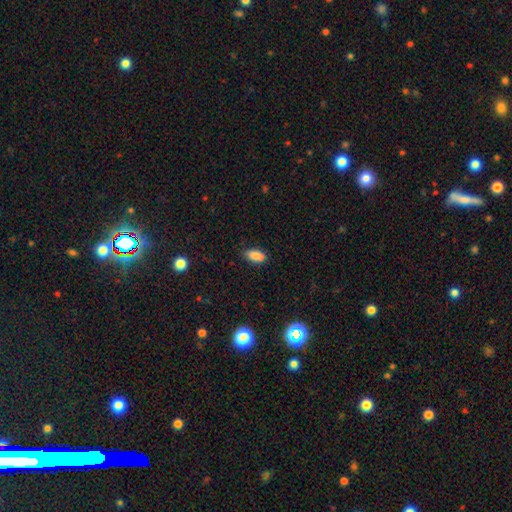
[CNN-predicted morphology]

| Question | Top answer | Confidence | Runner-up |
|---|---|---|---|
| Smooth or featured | smooth | 86% | star or artifact (9%) |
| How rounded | in between | 89% | cigar-shaped (7%) |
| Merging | none | 81% | minor disturbance (14%) |